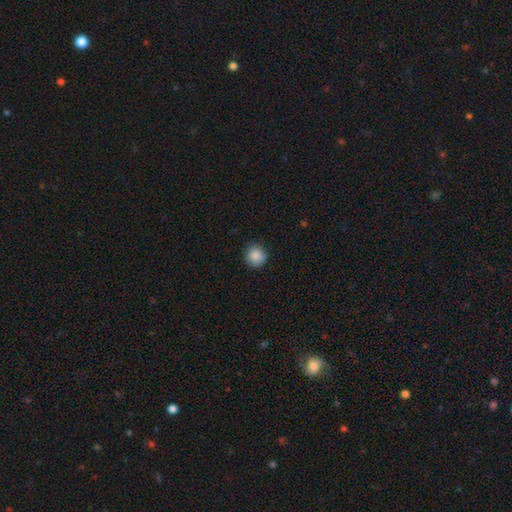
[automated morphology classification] This is clearly a smooth galaxy (88%). How rounded: clearly round (93%). Merging: clearly none (89%).